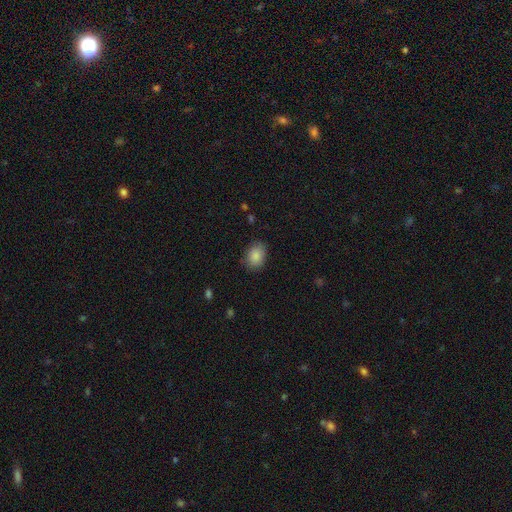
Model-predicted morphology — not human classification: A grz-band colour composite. It shows a smooth galaxy with no disk features (87%) that is in between round and cigar-shaped (67%). Merging: none (81%).